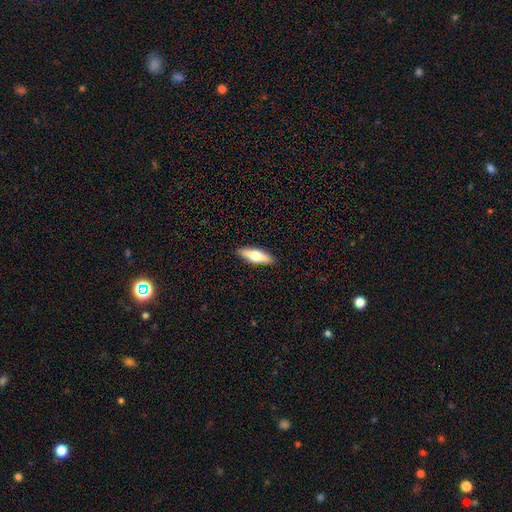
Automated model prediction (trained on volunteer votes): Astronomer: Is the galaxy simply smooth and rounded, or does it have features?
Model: smooth — 59% (runner-up: featured or disk, 35%).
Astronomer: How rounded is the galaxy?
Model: cigar-shaped — 51% (runner-up: in between, 47%).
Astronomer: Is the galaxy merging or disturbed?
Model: none — 90%.